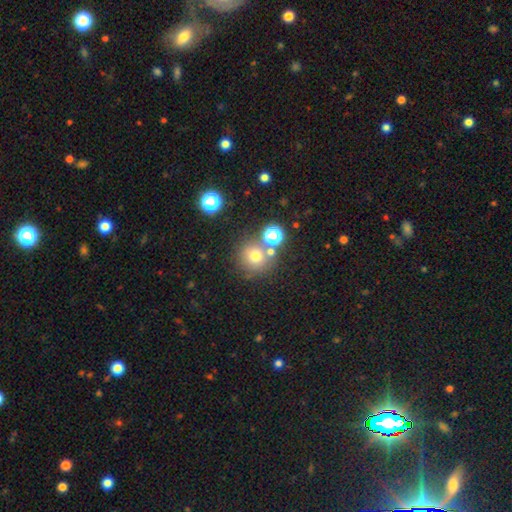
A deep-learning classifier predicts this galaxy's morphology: Smooth or featured?
  - smooth: 69% *
  - star or artifact: 20%
  - featured or disk: 11%
How rounded?
  - round: 91% *
  - in between: 8%
  - cigar-shaped: 1%
Merging?
  - none: 68% *
  - merger: 19%
  - minor disturbance: 9%
  - major disturbance: 4%